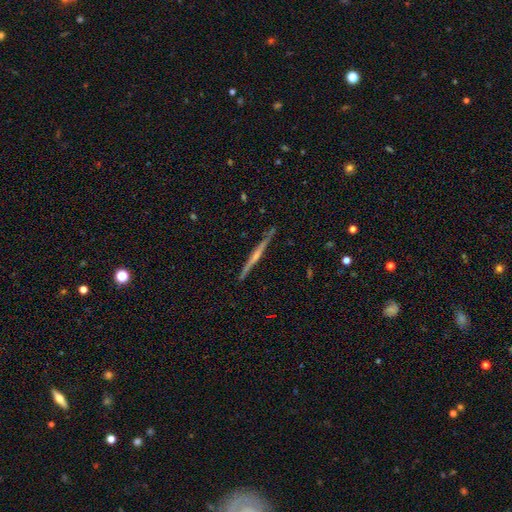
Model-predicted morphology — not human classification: A featured or disk galaxy (77%) viewed edge-on (98%) with a rounded central bulge (57%). Merging: none (89%).